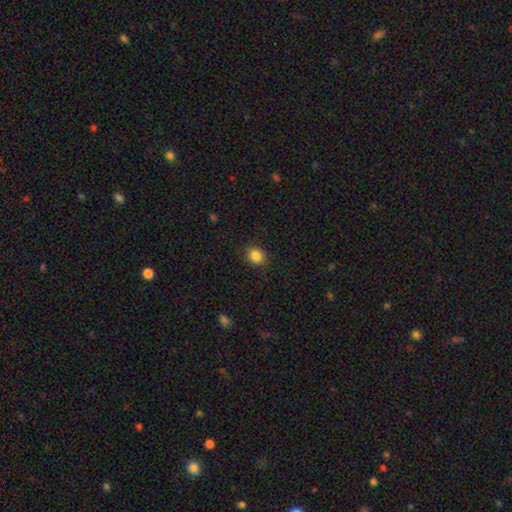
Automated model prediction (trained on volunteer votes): smooth 85%, star or artifact 10%, featured or disk 4%. Down the decision tree: how rounded — round (65%); merging — none (88%).